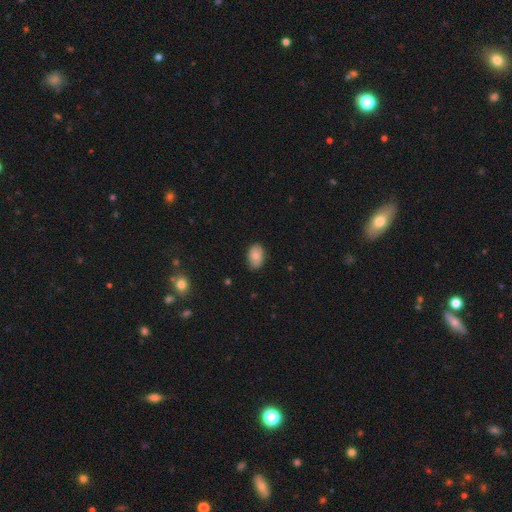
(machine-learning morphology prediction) smooth_or_featured: smooth (p=0.81) [alt: featured or disk p=0.12]
how_rounded: in between (p=0.90) [alt: round p=0.09]
merging: none (p=0.83) [alt: minor disturbance p=0.14]